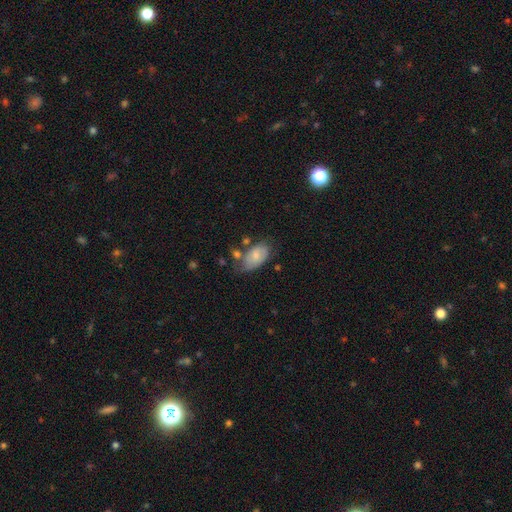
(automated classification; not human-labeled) This is likely a smooth galaxy (69%). How rounded: clearly in between (92%). Merging: possibly none (47%).